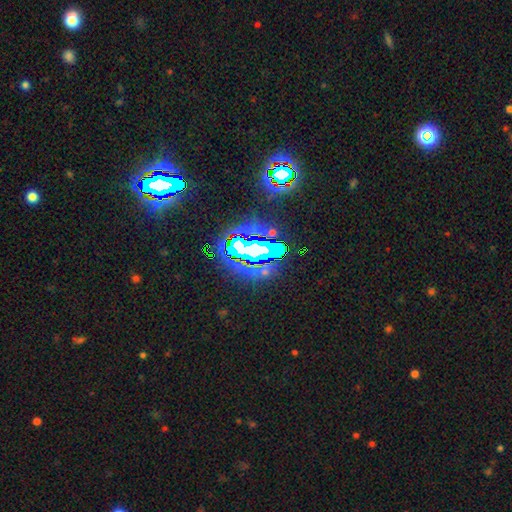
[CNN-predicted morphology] A star or artifact, not a galaxy (80%).